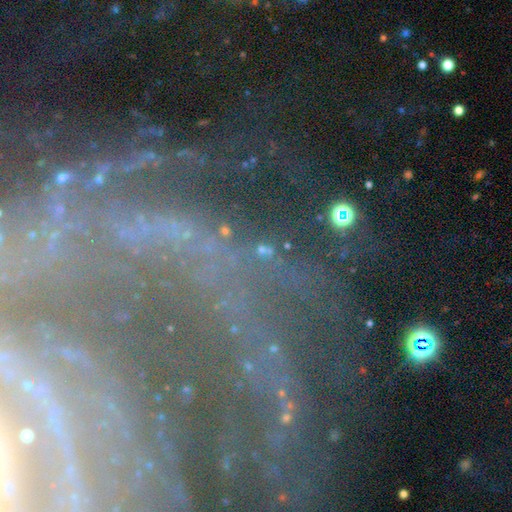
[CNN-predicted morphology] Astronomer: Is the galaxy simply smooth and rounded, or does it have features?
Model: featured or disk — 48% (runner-up: star or artifact, 39%).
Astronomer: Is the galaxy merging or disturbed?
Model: none — 71%.